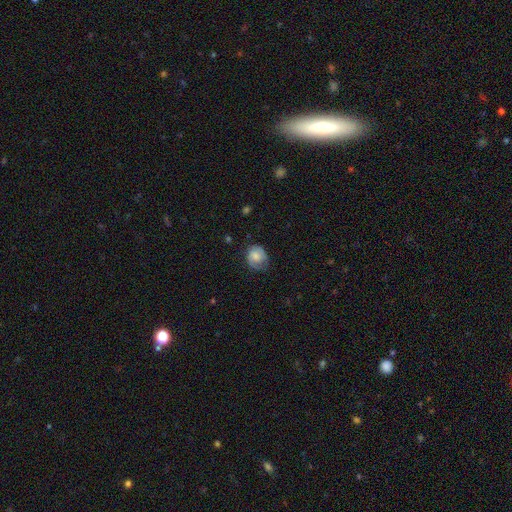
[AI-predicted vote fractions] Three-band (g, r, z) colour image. It shows a smooth galaxy with no disk features (60%) that is round (63%). Merging: none (57%).